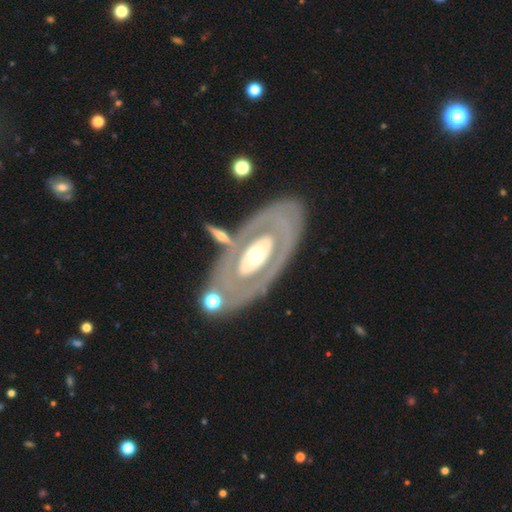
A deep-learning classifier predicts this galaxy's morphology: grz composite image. It shows a featured or disk galaxy (75%) with no bar (83%), no spiral arms (79%) and a moderate central bulge (67%). Merging: none (74%).